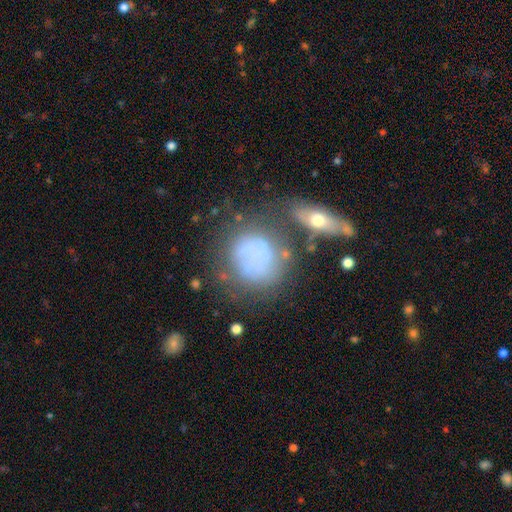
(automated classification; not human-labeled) A smooth galaxy with no disk features (55%) that is round (75%). Merging: none (48%).